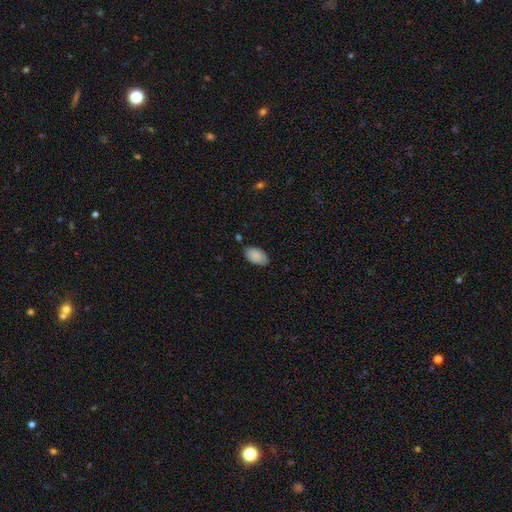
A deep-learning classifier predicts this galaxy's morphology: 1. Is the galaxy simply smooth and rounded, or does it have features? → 86% smooth, 8% featured or disk, 7% star or artifact.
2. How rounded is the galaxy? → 95% in between, 4% round, 2% cigar-shaped.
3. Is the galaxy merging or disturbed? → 79% none, 16% minor disturbance, 3% major disturbance, 2% merger.